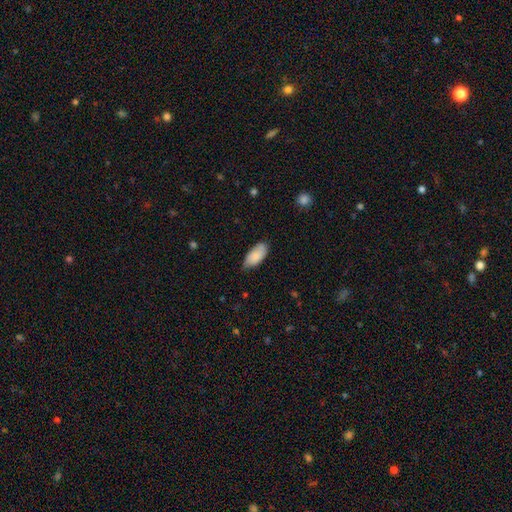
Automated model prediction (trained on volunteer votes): Smooth or featured?
  - smooth: 86% *
  - featured or disk: 8%
  - star or artifact: 6%
How rounded?
  - in between: 91% *
  - cigar-shaped: 7%
  - round: 2%
Merging?
  - none: 65% *
  - minor disturbance: 29%
  - major disturbance: 4%
  - merger: 1%